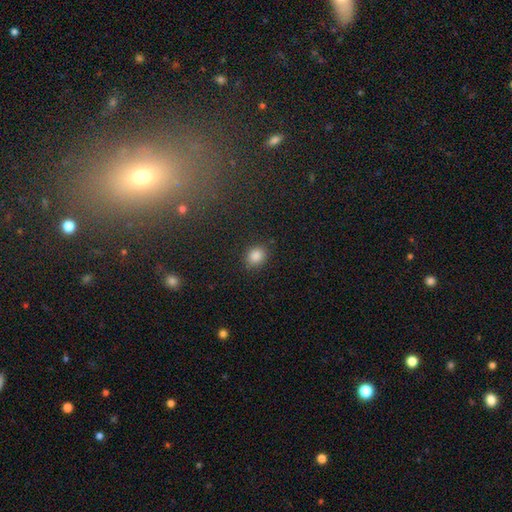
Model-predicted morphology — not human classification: This appears to be a smooth galaxy with no disk features (85%) that is round (59%). Merging: none (82%).